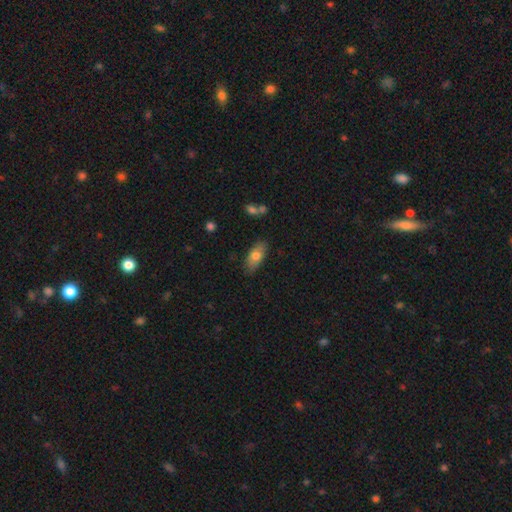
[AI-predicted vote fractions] Morphology: type=smooth (74%); roundness=in between (86%); merging=none (82%).